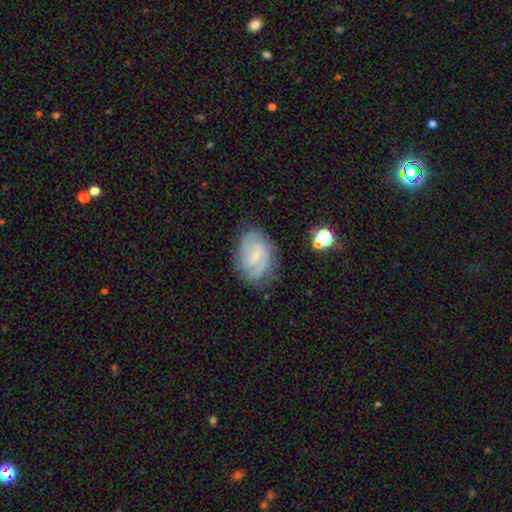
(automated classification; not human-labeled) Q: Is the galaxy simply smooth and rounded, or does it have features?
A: featured or disk — 75%.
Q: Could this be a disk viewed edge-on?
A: no — 97%.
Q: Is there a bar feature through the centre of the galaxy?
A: weak — 49%.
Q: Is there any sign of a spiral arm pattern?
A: yes — 91%.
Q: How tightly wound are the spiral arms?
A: tight — 50%.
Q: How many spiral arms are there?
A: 2 — 41%.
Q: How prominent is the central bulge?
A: small — 76%.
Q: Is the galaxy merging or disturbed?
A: none — 72%.